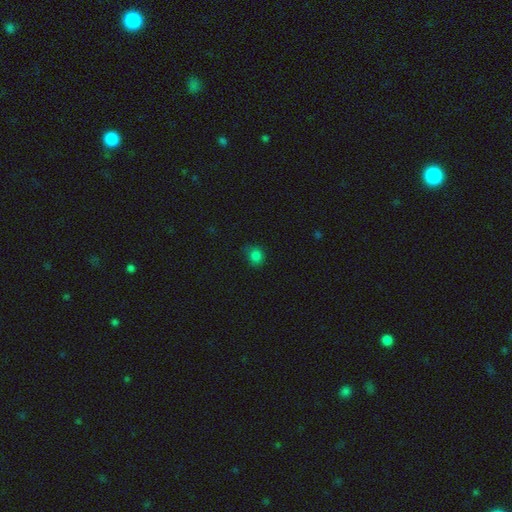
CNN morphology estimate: smooth-or-featured: smooth: 81% | star or artifact: 15% | featured or disk: 4%
  how-rounded: round: 74% | in between: 25% | cigar-shaped: 1%
  merging: none: 74% | minor disturbance: 21% | major disturbance: 4% | merger: 1%